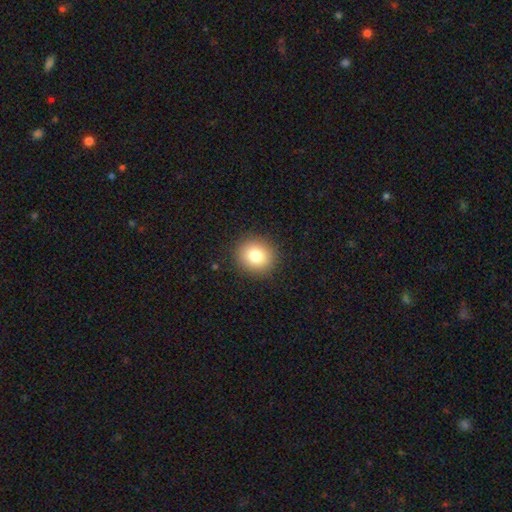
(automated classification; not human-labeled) Morphology: type=smooth (83%); roundness=round (82%); merging=none (90%).